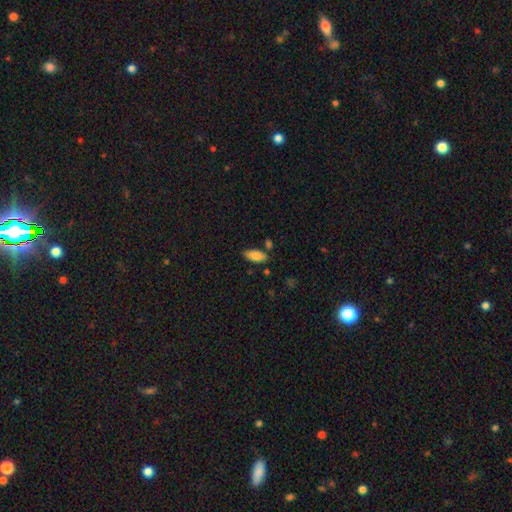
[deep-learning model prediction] Smooth or featured?
  - smooth: 82% *
  - featured or disk: 11%
  - star or artifact: 7%
How rounded?
  - in between: 89% *
  - cigar-shaped: 9%
  - round: 2%
Merging?
  - none: 78% *
  - minor disturbance: 13%
  - merger: 6%
  - major disturbance: 3%